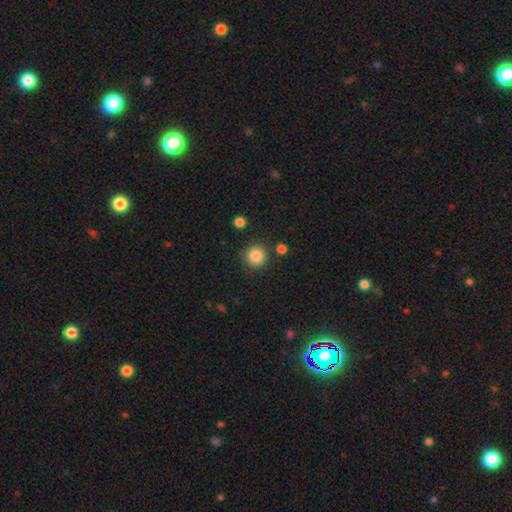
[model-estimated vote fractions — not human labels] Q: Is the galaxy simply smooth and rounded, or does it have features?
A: smooth — 86%.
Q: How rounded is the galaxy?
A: round — 94%.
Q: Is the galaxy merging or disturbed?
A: none — 86%.